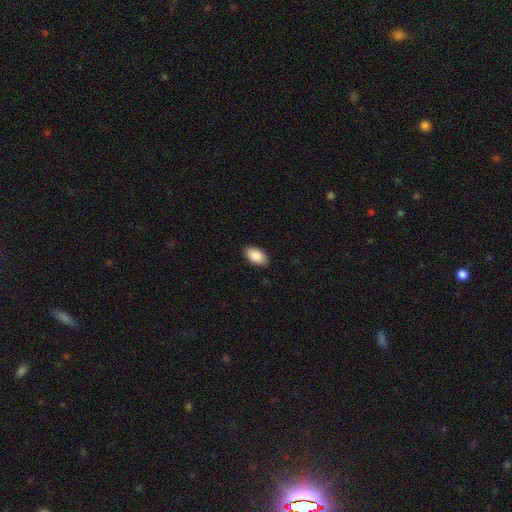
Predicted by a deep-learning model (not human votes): Smooth or featured?
  - smooth: 89% *
  - star or artifact: 6%
  - featured or disk: 5%
How rounded?
  - in between: 95% *
  - round: 3%
  - cigar-shaped: 2%
Merging?
  - none: 89% *
  - minor disturbance: 8%
  - major disturbance: 2%
  - merger: 1%